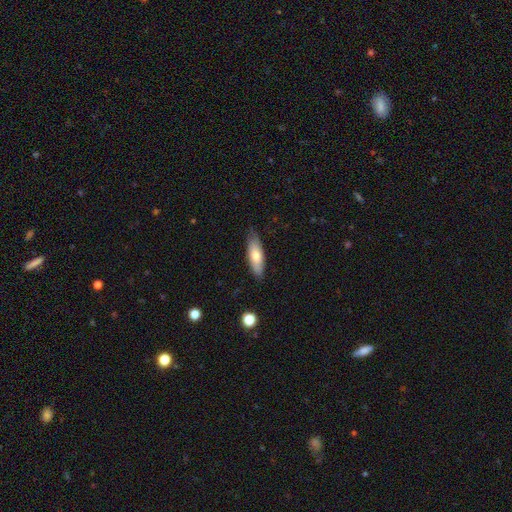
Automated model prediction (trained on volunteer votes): The model was most divided on "how rounded": in between: 58%, cigar-shaped: 40%, round: 2%. More confident: merging — none (80%); smooth or featured — smooth (71%).